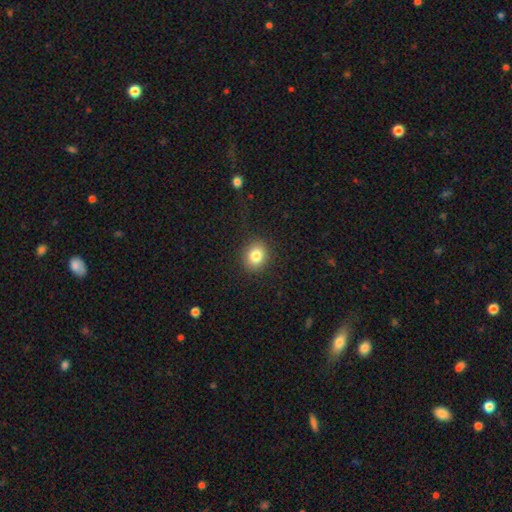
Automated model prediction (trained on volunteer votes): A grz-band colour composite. It shows a smooth galaxy with no disk features (83%) that is round (69%). Merging: none (88%).